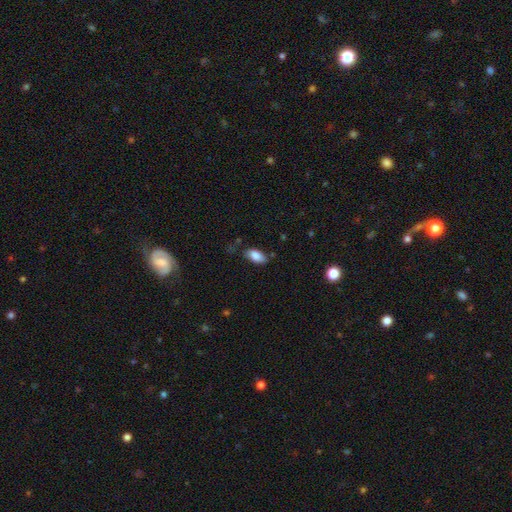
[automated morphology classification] type=smooth (83%); roundness=in between (92%); merging=none (68%).